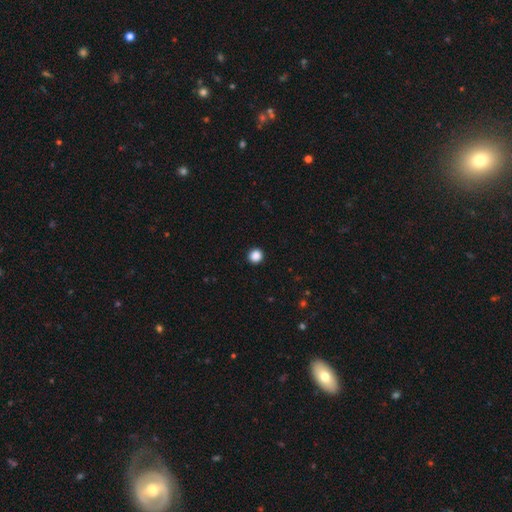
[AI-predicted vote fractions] This appears to be a smooth galaxy with no disk features (87%) that is round (94%). Merging: none (94%).